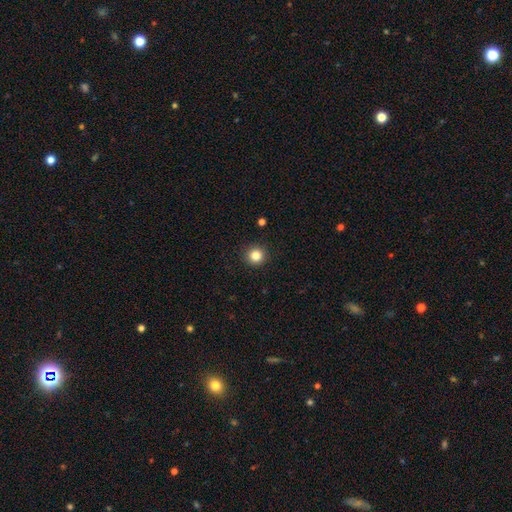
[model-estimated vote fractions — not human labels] Overall: smooth (84%). How rounded: round (94%). Merging: none (92%).